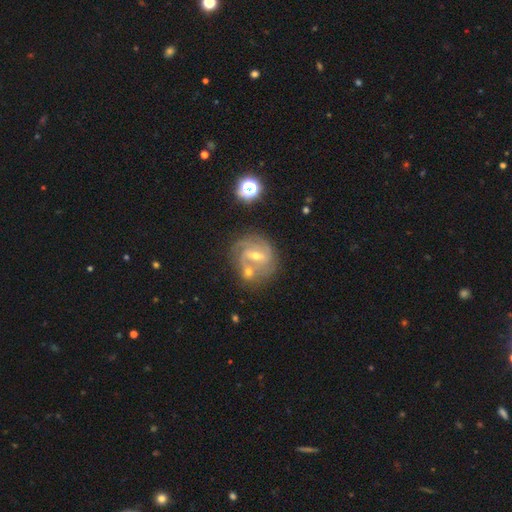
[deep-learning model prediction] The model was most divided on "bulge size": moderate: 50%, small: 47%, large: 1%, none: 1%, dominant: 1%. Remaining: edge-on disk — no (97%); spiral arms — yes (95%); smooth or featured — featured or disk (84%); merging — none (60%); bar — weak (48%); spiral arm count — 2 (47%); spiral winding — tight (46%).